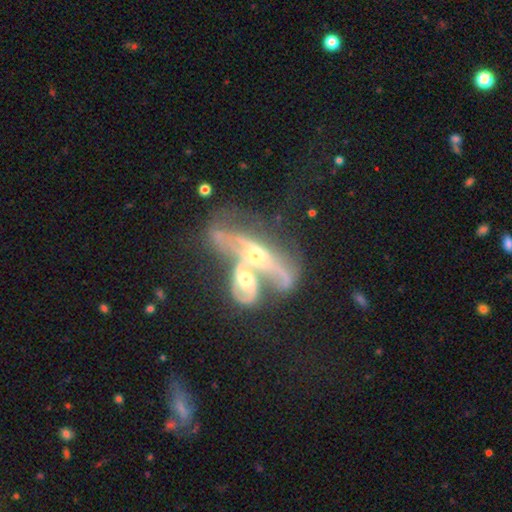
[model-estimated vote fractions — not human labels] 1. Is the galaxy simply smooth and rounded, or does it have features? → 79% featured or disk, 14% smooth, 8% star or artifact.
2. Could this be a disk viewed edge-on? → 53% no, 47% yes.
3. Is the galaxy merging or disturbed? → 68% merger, 15% none, 9% major disturbance, 8% minor disturbance.